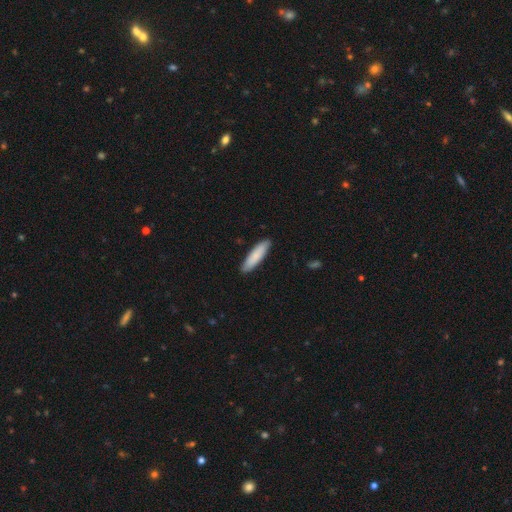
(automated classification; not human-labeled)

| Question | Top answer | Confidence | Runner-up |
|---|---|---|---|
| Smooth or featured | smooth | 83% | featured or disk (12%) |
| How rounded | cigar-shaped | 70% | in between (28%) |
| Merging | none | 89% | minor disturbance (9%) |